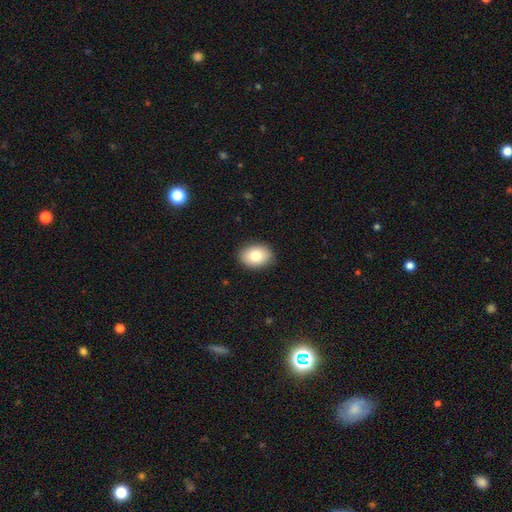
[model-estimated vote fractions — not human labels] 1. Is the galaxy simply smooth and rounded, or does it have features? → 81% smooth, 11% featured or disk, 8% star or artifact.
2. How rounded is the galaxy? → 71% in between, 28% round, 1% cigar-shaped.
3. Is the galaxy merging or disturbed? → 90% none, 8% minor disturbance, 2% major disturbance, 1% merger.